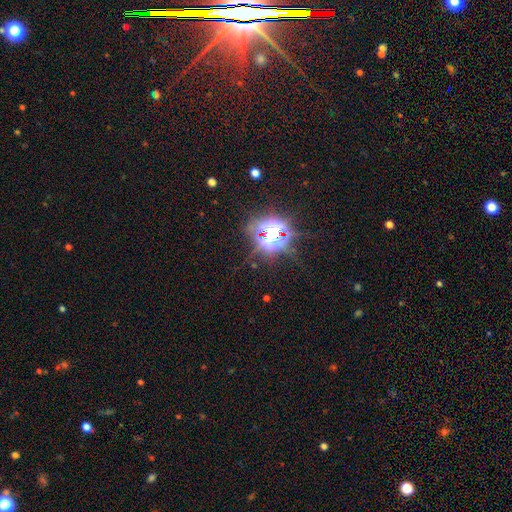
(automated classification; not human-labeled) smooth_or_featured: star or artifact (p=0.85) [alt: smooth p=0.09]